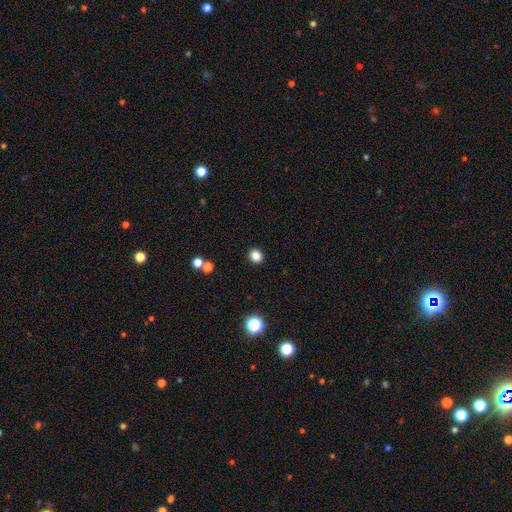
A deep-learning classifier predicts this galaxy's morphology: This appears to be a smooth galaxy with no disk features (85%) that is round (77%). Merging: none (91%).